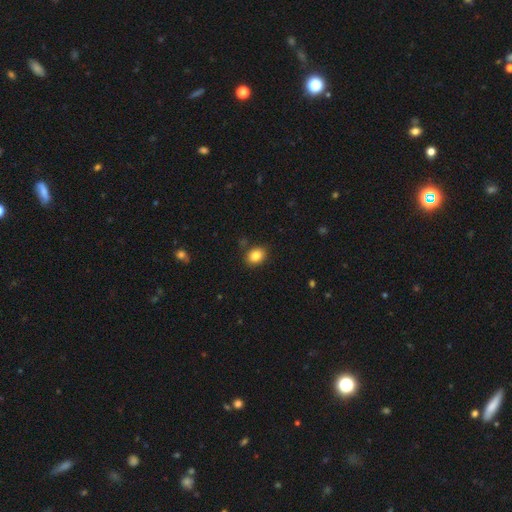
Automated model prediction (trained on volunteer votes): Smooth or featured? Predicted: smooth (p=0.84). How rounded? Predicted: in between (p=0.57). Merging? Predicted: none (p=0.85).